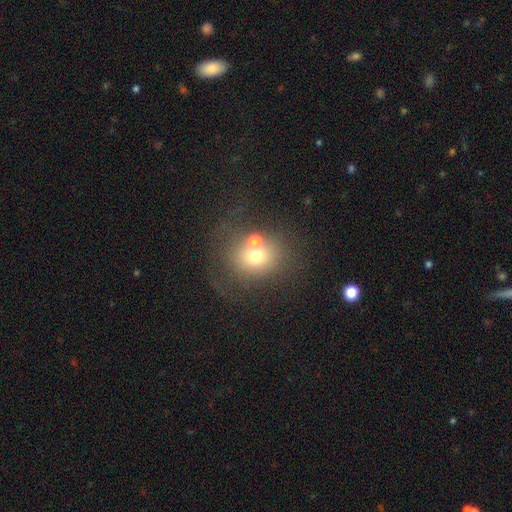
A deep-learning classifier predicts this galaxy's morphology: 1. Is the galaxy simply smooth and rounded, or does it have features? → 64% smooth, 19% featured or disk, 17% star or artifact.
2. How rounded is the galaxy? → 76% round, 23% in between, 1% cigar-shaped.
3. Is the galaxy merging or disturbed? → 48% none, 32% merger, 12% minor disturbance, 8% major disturbance.